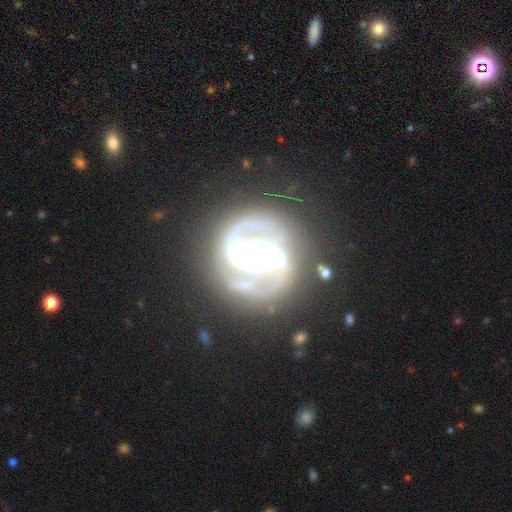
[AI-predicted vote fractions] smooth_or_featured: featured or disk (p=0.90) [alt: star or artifact p=0.05]
disk_edge_on: no (p=0.98) [alt: yes p=0.02]
bar: strong (p=0.54) [alt: weak p=0.29]
has_spiral_arms: yes (p=0.97) [alt: no p=0.03]
spiral_winding: medium (p=0.47) [alt: tight p=0.44]
spiral_arm_count: 2 (p=0.72) [alt: 3 p=0.14]
bulge_size: moderate (p=0.42) [alt: large p=0.35]
merging: none (p=0.74) [alt: minor disturbance p=0.15]